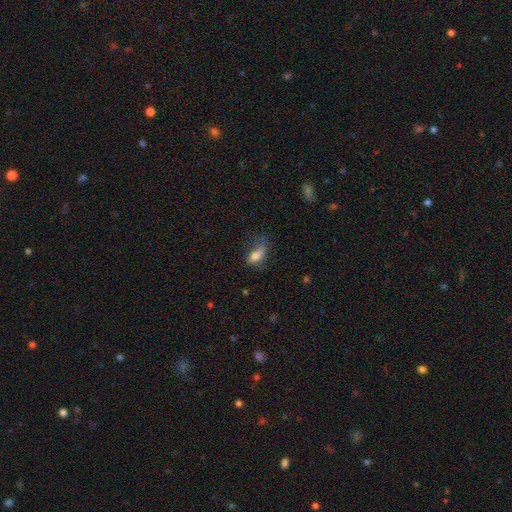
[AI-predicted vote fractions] Q: Smooth or featured?
A: smooth (73%); runner-up: featured or disk (17%)
Q: How rounded?
A: in between (84%); runner-up: cigar-shaped (9%)
Q: Merging?
A: none (37%); runner-up: minor disturbance (32%)